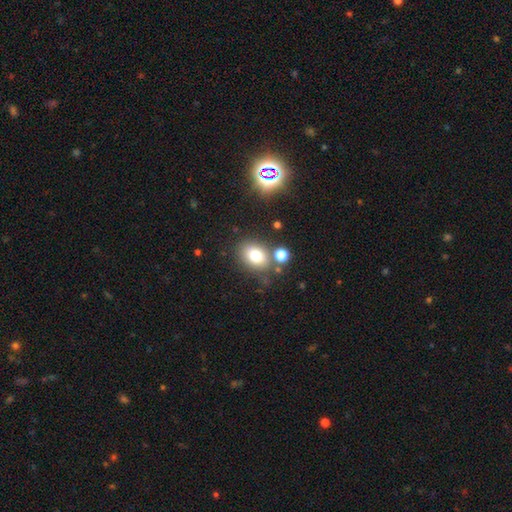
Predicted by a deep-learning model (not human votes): This appears to be a smooth galaxy with no disk features (76%) that is in between round and cigar-shaped (60%). Merging: none (72%).